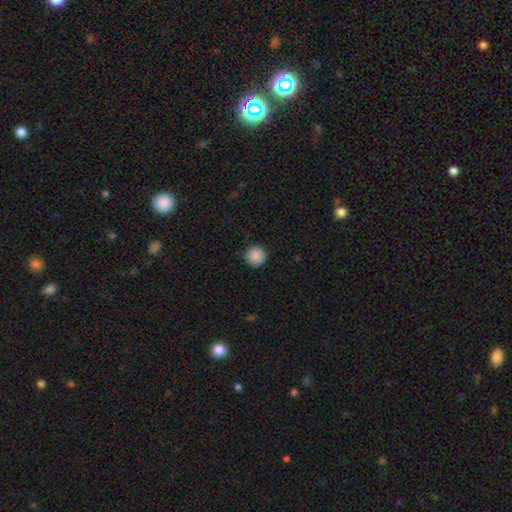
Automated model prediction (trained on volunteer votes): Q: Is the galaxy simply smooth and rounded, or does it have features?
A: smooth — 89%.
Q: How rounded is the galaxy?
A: round — 96%.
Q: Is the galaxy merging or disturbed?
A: none — 90%.